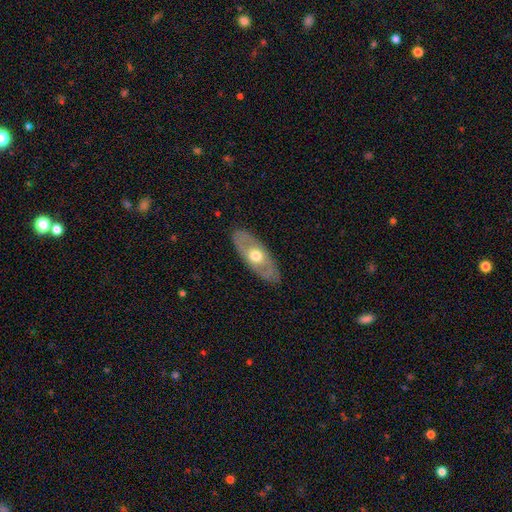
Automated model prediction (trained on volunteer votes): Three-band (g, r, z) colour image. It shows a featured or disk galaxy (54%). Merging: none (86%).